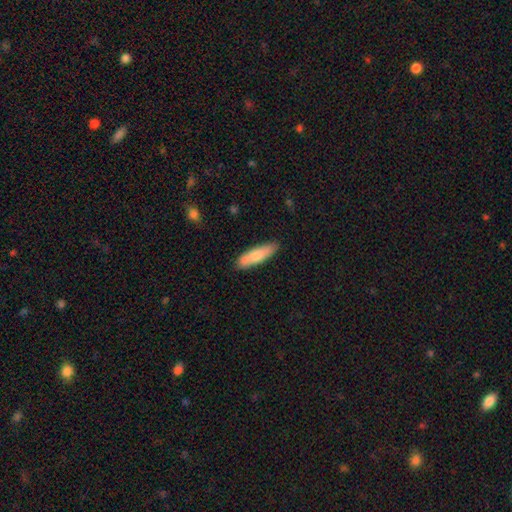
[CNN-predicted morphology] Q: Smooth or featured?
A: smooth (72%); runner-up: featured or disk (22%)
Q: How rounded?
A: cigar-shaped (61%); runner-up: in between (37%)
Q: Merging?
A: none (66%); runner-up: minor disturbance (17%)